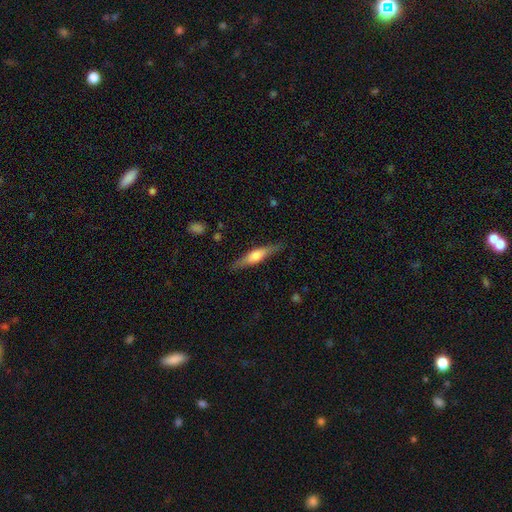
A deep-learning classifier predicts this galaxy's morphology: Smooth or featured? featured or disk (52%)
Edge-on disk? yes (94%)
Merging? none (85%)